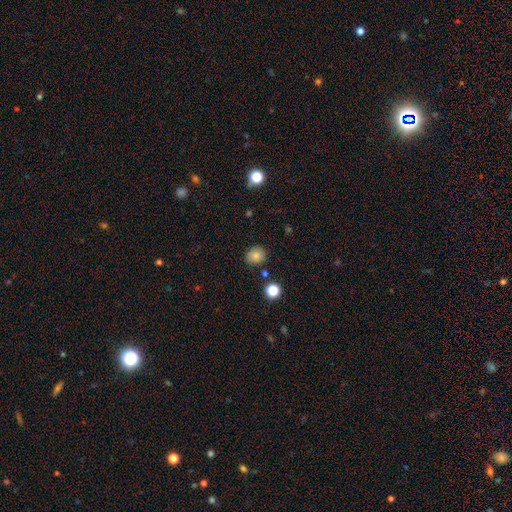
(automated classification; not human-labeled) A smooth galaxy with no disk features (81%) that is round (78%).

Vote fractions:
- Smooth or featured? smooth: 81% / star or artifact: 12% / featured or disk: 7%
- How rounded? round: 78% / in between: 21% / cigar-shaped: 1%
- Merging? none: 82% / minor disturbance: 12% / merger: 4% / major disturbance: 3%